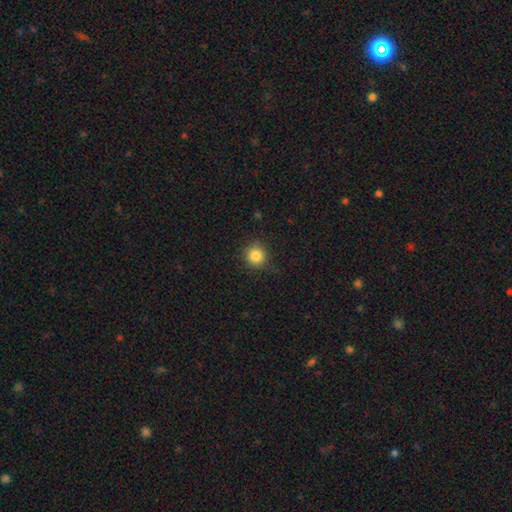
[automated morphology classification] Q: Smooth or featured?
A: smooth (84%); runner-up: star or artifact (11%)
Q: How rounded?
A: round (92%); runner-up: in between (7%)
Q: Merging?
A: none (86%); runner-up: minor disturbance (10%)